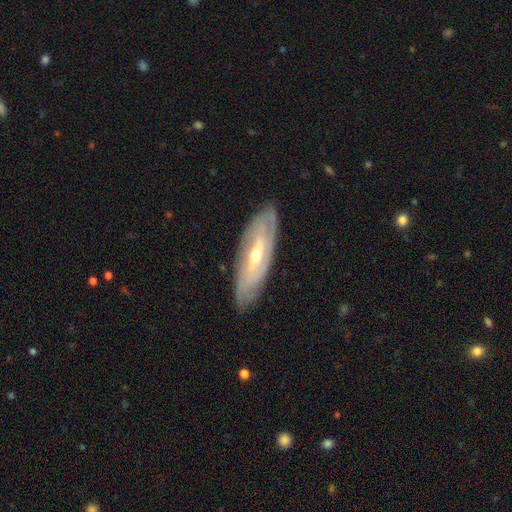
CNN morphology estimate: type=featured or disk (77%); edge-on=no (76%); bar=weak (38%); spiral arms=yes (80%); bulge=moderate (51%); merging=none (81%).